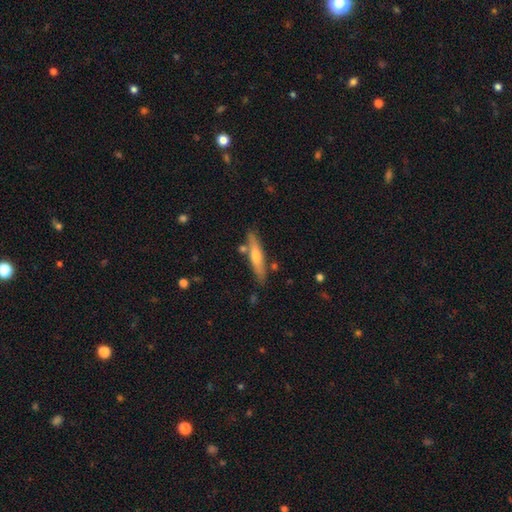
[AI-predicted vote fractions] This appears to be a smooth galaxy with no disk features (51%) that is cigar-shaped (85%). Merging: none (79%).